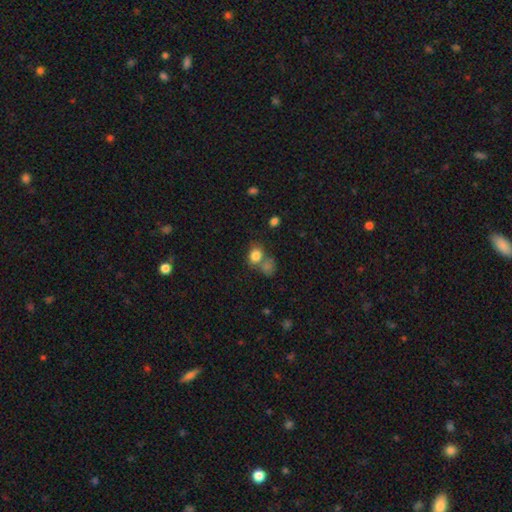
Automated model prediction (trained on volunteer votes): The model was most divided on "how rounded": round: 50%, in between: 49%, cigar-shaped: 1%. Remaining: smooth or featured — smooth (81%); merging — none (47%).